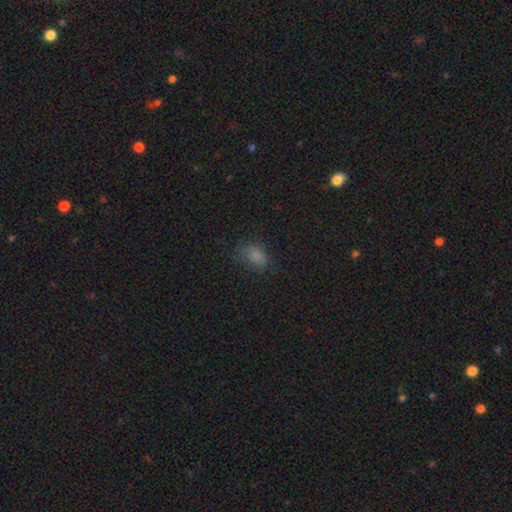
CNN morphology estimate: Smooth or featured? smooth (77%)
How rounded? in between (86%)
Merging? none (66%)